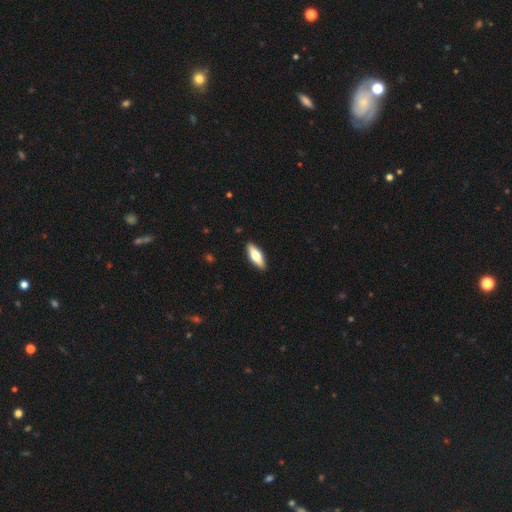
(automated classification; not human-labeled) Smooth or featured?
  - smooth: 58% *
  - featured or disk: 36%
  - star or artifact: 5%
How rounded?
  - in between: 57% *
  - cigar-shaped: 41%
  - round: 2%
Merging?
  - none: 91% *
  - minor disturbance: 7%
  - major disturbance: 1%
  - merger: 1%